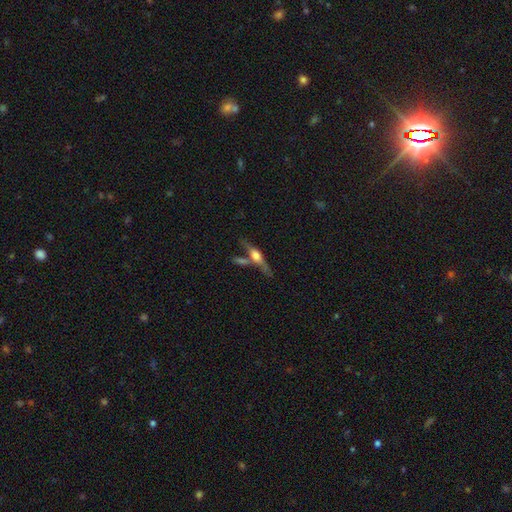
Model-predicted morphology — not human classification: A featured or disk galaxy (65%) viewed edge-on (91%) with a rounded central bulge (89%). Merging: none (54%).